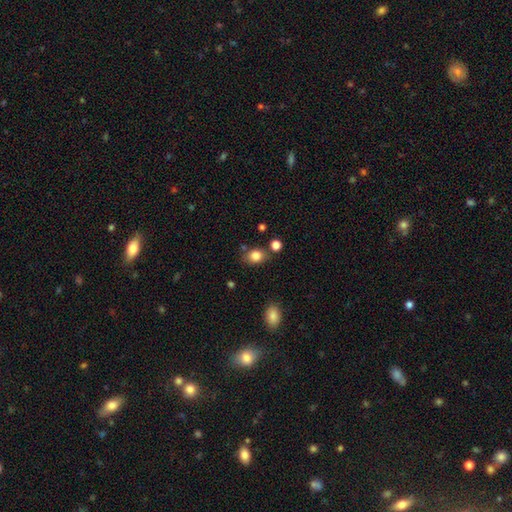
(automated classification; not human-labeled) Smooth or featured?
  - smooth: 84% *
  - star or artifact: 10%
  - featured or disk: 6%
How rounded?
  - in between: 51% *
  - round: 48%
  - cigar-shaped: 1%
Merging?
  - none: 72% *
  - minor disturbance: 15%
  - merger: 9%
  - major disturbance: 4%